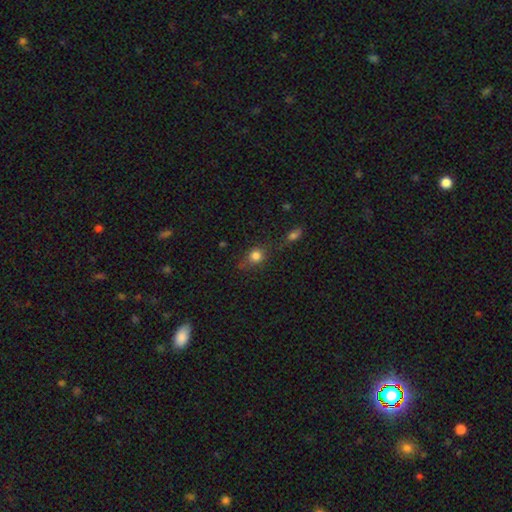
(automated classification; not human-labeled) A smooth galaxy with no disk features (78%) that is round (77%). Merging: none (64%).